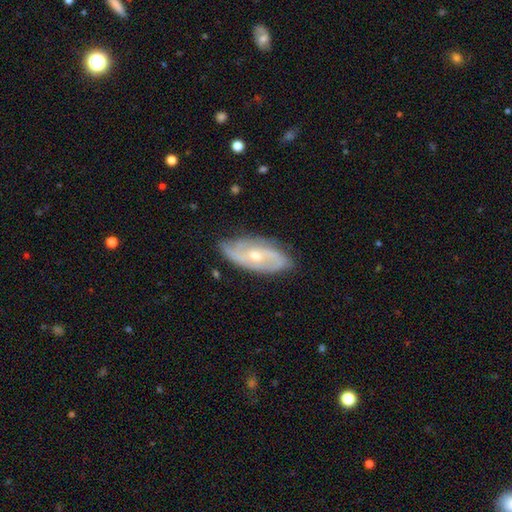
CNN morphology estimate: Smooth or featured? Predicted: featured or disk (p=0.77). Edge-on disk? Predicted: no (p=0.91). Bar? Predicted: no (p=0.58). Spiral arms? Predicted: yes (p=0.91). Spiral winding? Predicted: medium (p=0.41). Spiral arm count? Predicted: 2 (p=0.52). Bulge size? Predicted: moderate (p=0.49). Merging? Predicted: none (p=0.76).